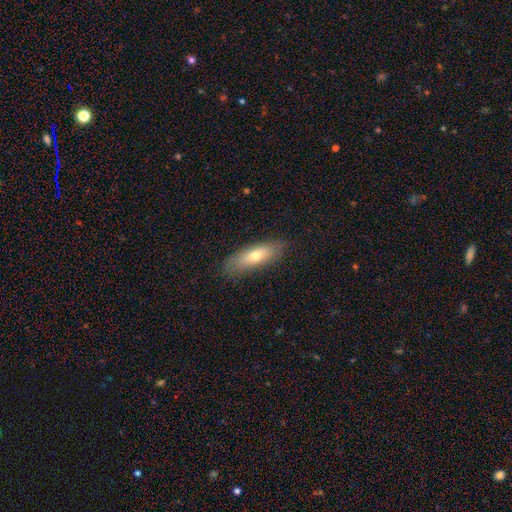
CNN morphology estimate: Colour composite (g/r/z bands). It shows a smooth galaxy with no disk features (65%) that is in between round and cigar-shaped (54%). Merging: none (84%).